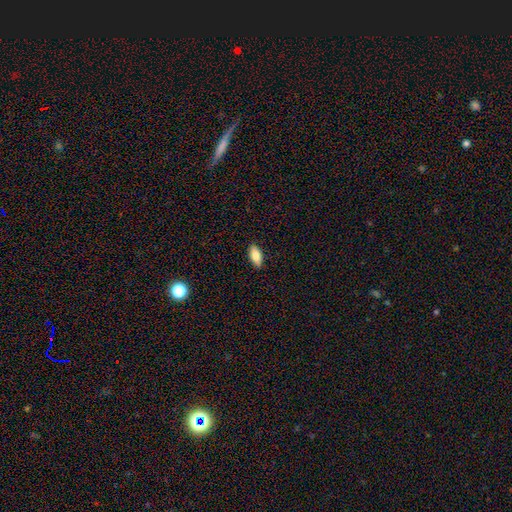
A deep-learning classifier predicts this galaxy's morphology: The model was most divided on "how rounded": in between: 82%, cigar-shaped: 16%, round: 2%. More confident: merging — none (88%); smooth or featured — smooth (82%).